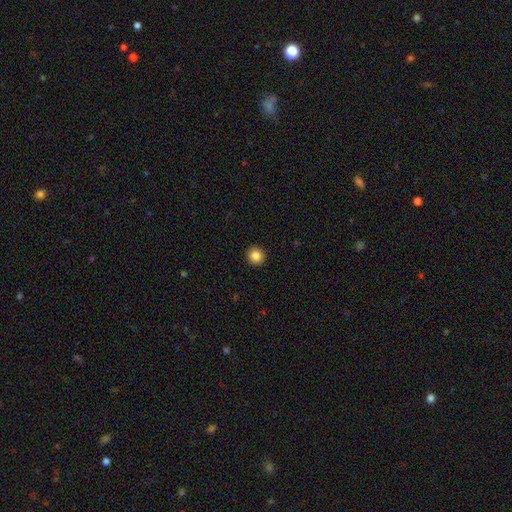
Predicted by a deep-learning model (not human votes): Q: Smooth or featured?
A: smooth (85%); runner-up: star or artifact (10%)
Q: How rounded?
A: round (94%); runner-up: in between (5%)
Q: Merging?
A: none (93%); runner-up: minor disturbance (4%)